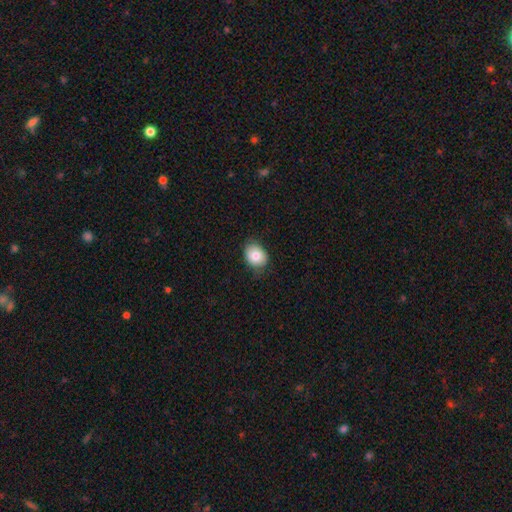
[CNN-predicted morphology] This is likely a smooth galaxy (79%). How rounded: possibly in between (56%). Merging: likely none (74%).